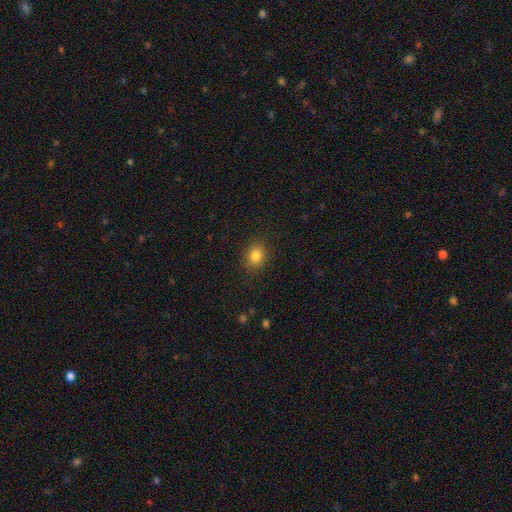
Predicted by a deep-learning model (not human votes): Smooth or featured?
  - smooth: 83% *
  - star or artifact: 11%
  - featured or disk: 6%
How rounded?
  - round: 63% *
  - in between: 36%
  - cigar-shaped: 1%
Merging?
  - none: 87% *
  - minor disturbance: 9%
  - major disturbance: 3%
  - merger: 1%